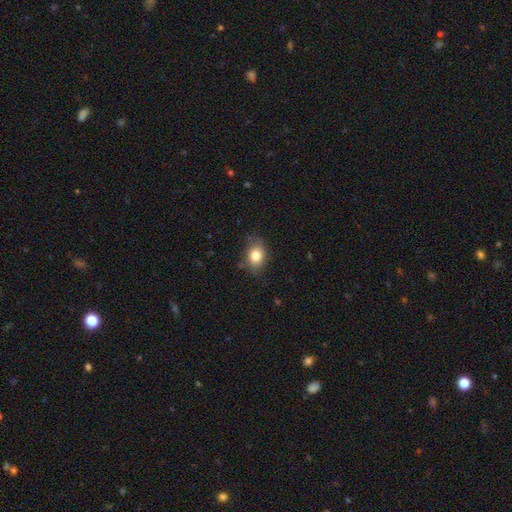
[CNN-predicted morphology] Smooth or featured? Predicted: smooth (p=0.82). How rounded? Predicted: in between (p=0.69). Merging? Predicted: none (p=0.77).